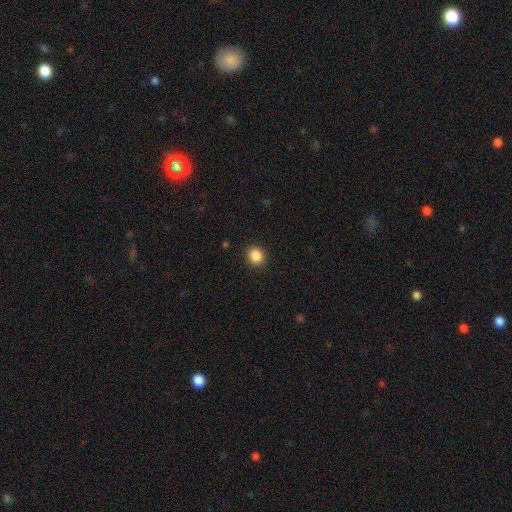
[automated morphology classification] This is clearly a smooth galaxy (87%). How rounded: likely round (77%). Merging: clearly none (90%).